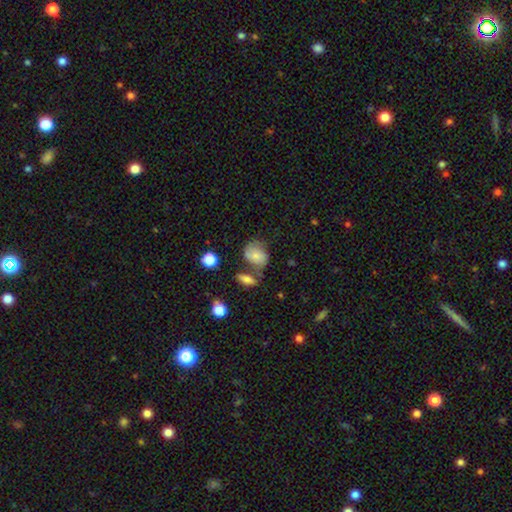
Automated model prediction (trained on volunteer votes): Smooth or featured? Predicted: smooth (p=0.64). How rounded? Predicted: in between (p=0.52). Merging? Predicted: none (p=0.45).